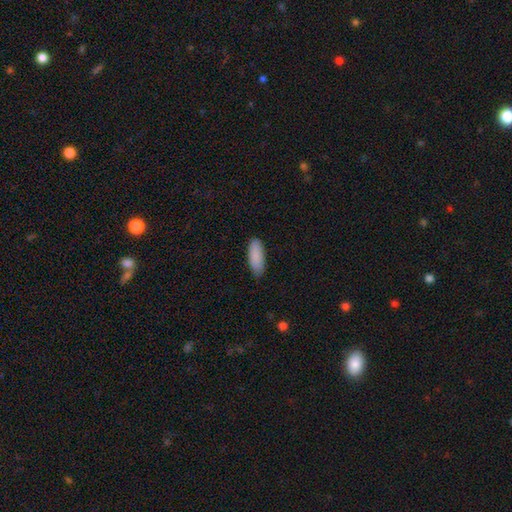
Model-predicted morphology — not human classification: Overall: smooth (89%). How rounded: in between (72%). Merging: none (84%).